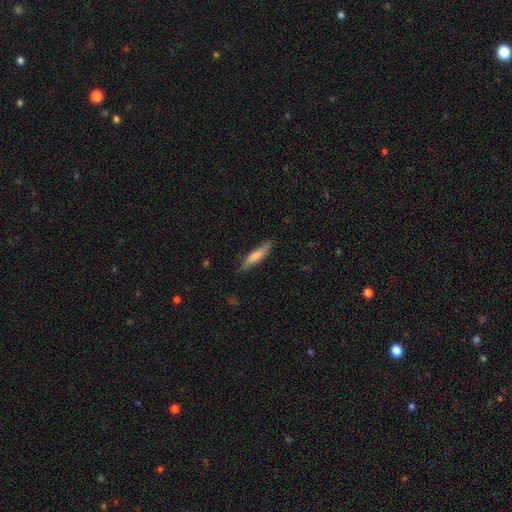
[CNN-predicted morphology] This is likely a smooth galaxy (76%). How rounded: likely cigar-shaped (78%). Merging: likely none (78%).